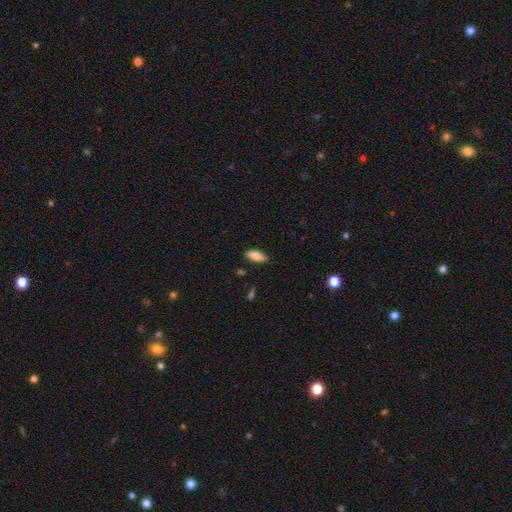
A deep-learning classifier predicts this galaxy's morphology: smooth-or-featured: smooth: 77% | featured or disk: 16% | star or artifact: 7%
  how-rounded: in between: 76% | cigar-shaped: 22% | round: 2%
  merging: none: 85% | minor disturbance: 11% | major disturbance: 2% | merger: 2%